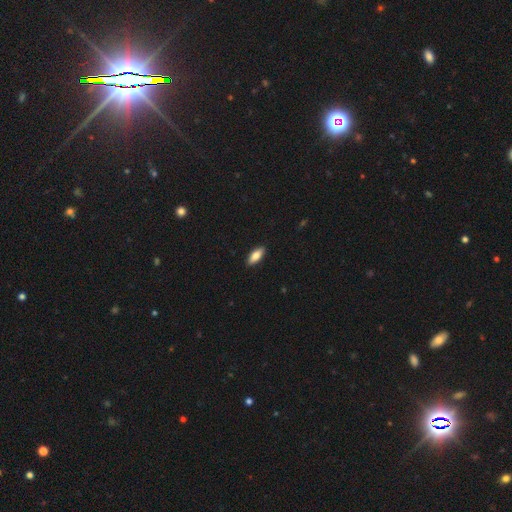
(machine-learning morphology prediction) A smooth galaxy with no disk features (80%) that is in between round and cigar-shaped (77%). Merging: none (90%).